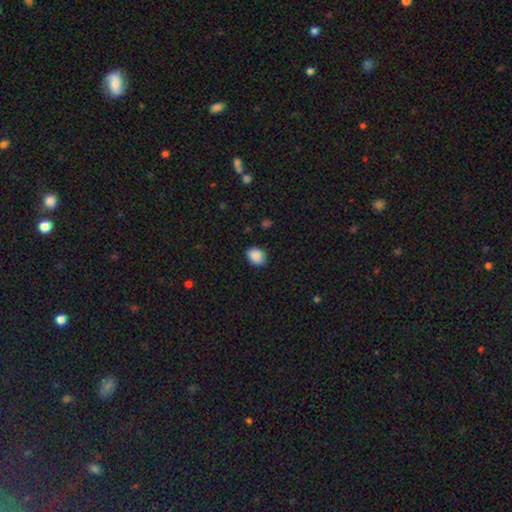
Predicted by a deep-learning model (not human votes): A smooth galaxy with no disk features (89%) that is in between round and cigar-shaped (57%).

Vote fractions:
- Smooth or featured? smooth: 89% / star or artifact: 8% / featured or disk: 3%
- How rounded? in between: 57% / round: 42% / cigar-shaped: 1%
- Merging? none: 84% / minor disturbance: 13% / major disturbance: 2% / merger: 1%